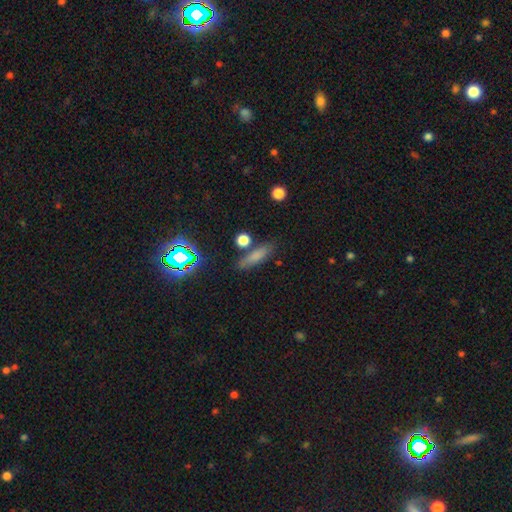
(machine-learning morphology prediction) Smooth or featured: smooth — 72% (star or artifact — 15%)
How rounded: cigar-shaped — 62% (in between — 32%)
Merging: none — 75% (minor disturbance — 13%)